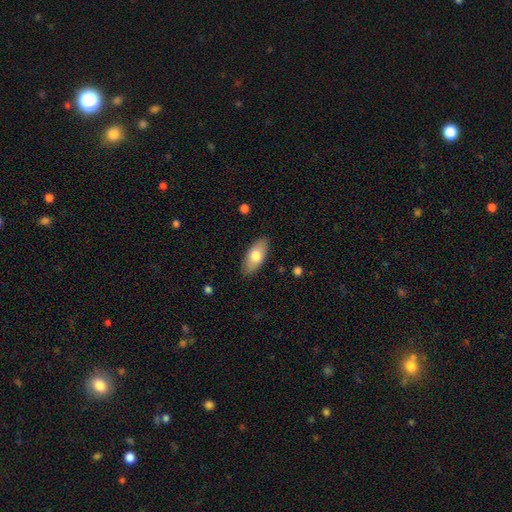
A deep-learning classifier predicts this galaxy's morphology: Smooth or featured: smooth — 73% (featured or disk — 21%)
How rounded: in between — 88% (cigar-shaped — 9%)
Merging: none — 87% (minor disturbance — 10%)